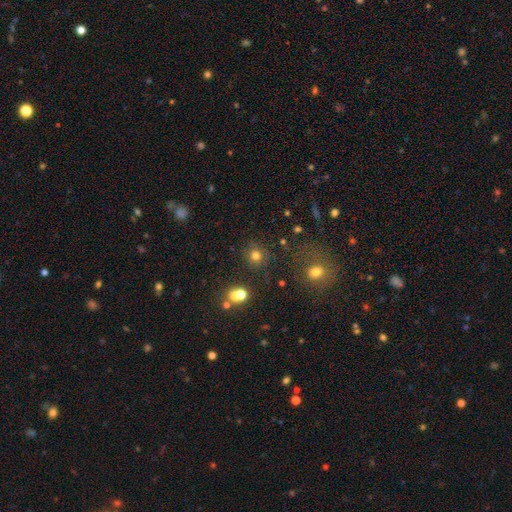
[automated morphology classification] Smooth or featured? Predicted: smooth (p=0.73). How rounded? Predicted: round (p=0.89). Merging? Predicted: none (p=0.79).